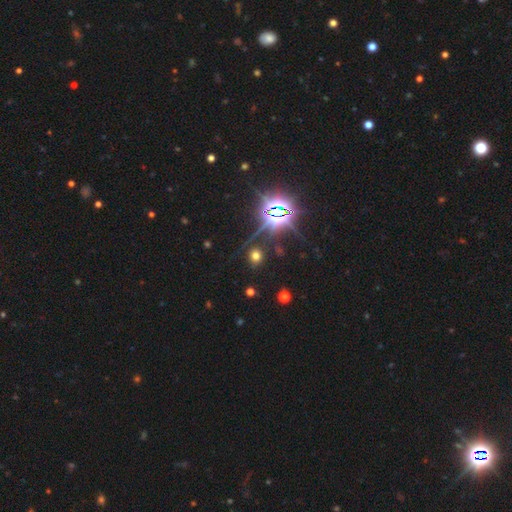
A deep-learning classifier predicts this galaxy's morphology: Smooth or featured? smooth (49%)
Merging? none (82%)